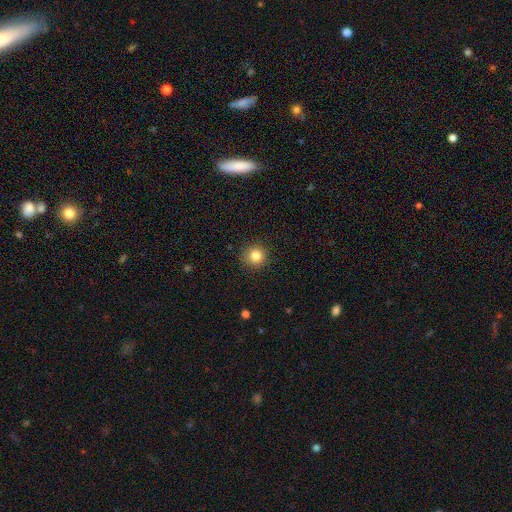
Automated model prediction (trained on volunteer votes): This appears to be a smooth galaxy with no disk features (83%) that is round (94%). Merging: none (90%).